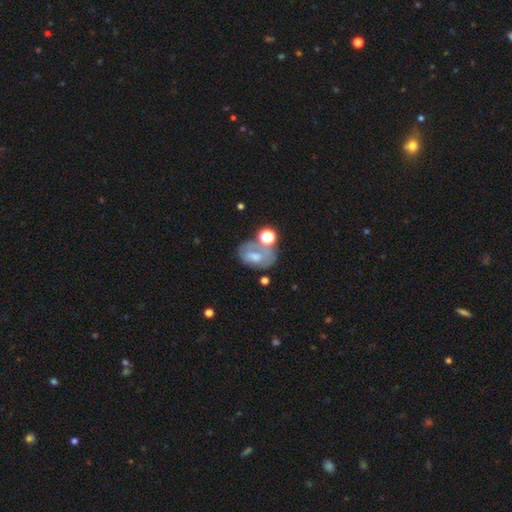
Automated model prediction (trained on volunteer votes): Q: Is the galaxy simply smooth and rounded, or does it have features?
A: smooth — 47%.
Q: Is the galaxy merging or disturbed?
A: none — 34%.